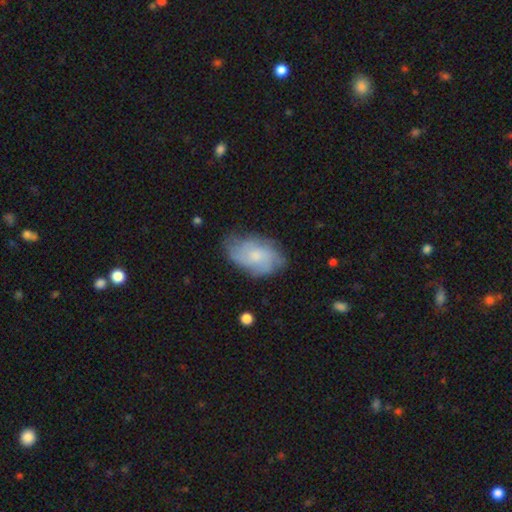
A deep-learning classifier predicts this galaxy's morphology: This appears to be a featured or disk galaxy (50%). Merging: none (65%).